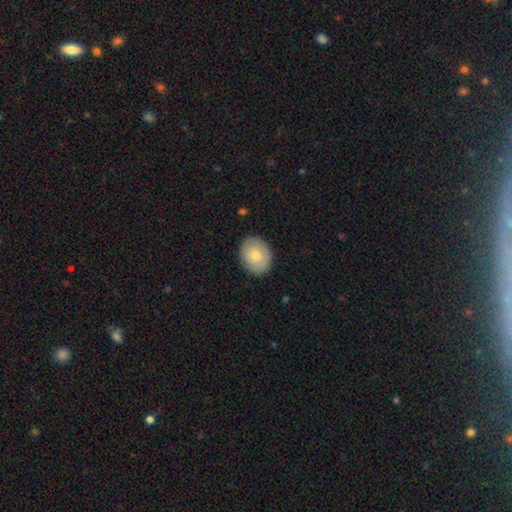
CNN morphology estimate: type=smooth (76%); roundness=in between (54%); merging=none (86%).